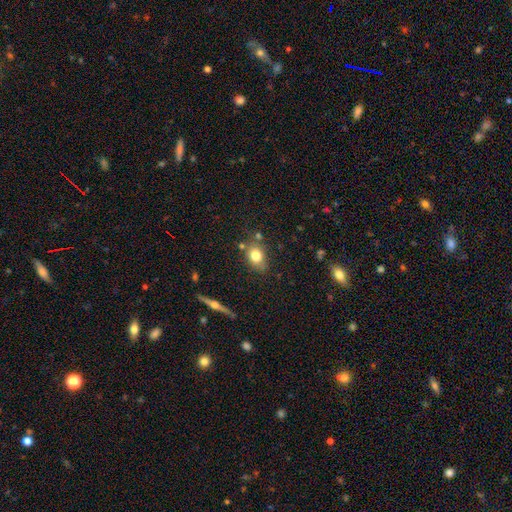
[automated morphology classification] Q: Smooth or featured?
A: smooth (76%); runner-up: featured or disk (14%)
Q: How rounded?
A: in between (55%); runner-up: round (43%)
Q: Merging?
A: none (72%); runner-up: minor disturbance (16%)